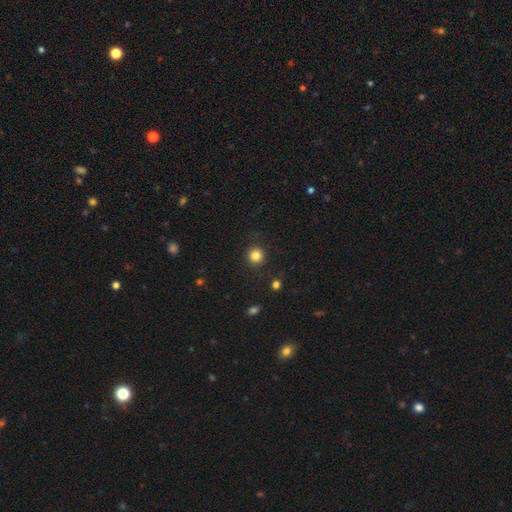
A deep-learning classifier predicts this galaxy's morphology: The model was most divided on "smooth or featured": smooth: 83%, star or artifact: 12%, featured or disk: 5%. More confident: how rounded — round (93%); merging — none (91%).